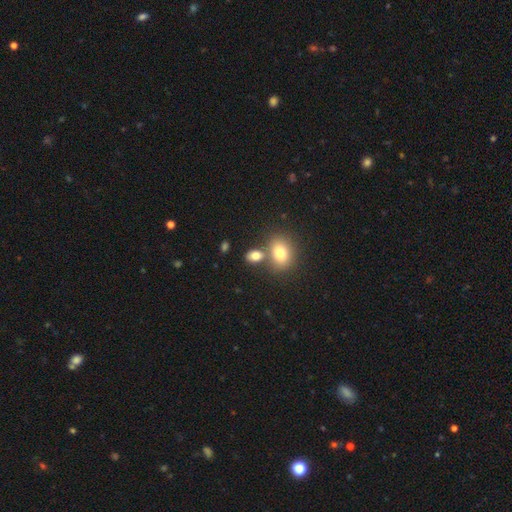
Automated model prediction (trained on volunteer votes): Smooth or featured: smooth — 79% (star or artifact — 11%)
How rounded: in between — 73% (round — 26%)
Merging: none — 57% (merger — 29%)